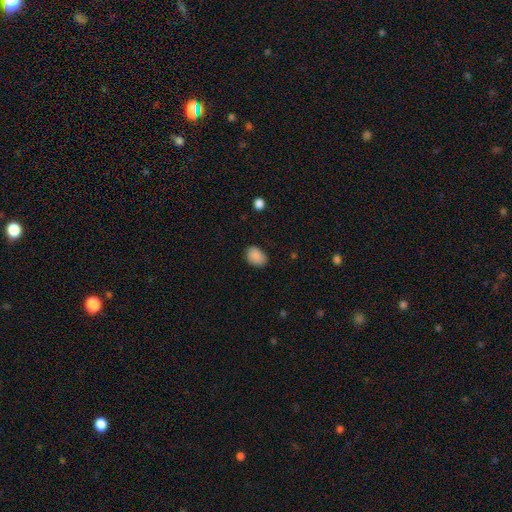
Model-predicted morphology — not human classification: Smooth or featured? Predicted: smooth (p=0.88). How rounded? Predicted: in between (p=0.74). Merging? Predicted: none (p=0.81).